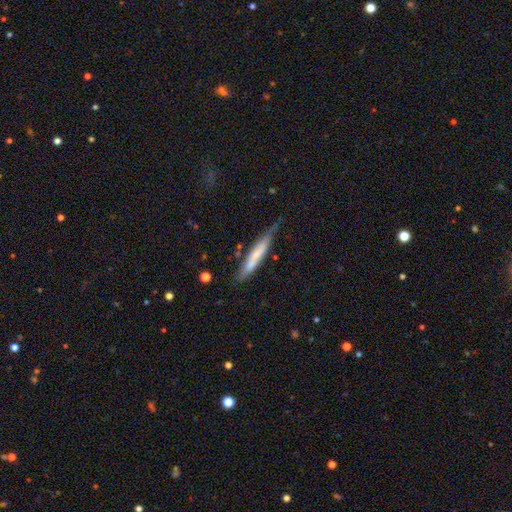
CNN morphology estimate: A smooth galaxy with no disk features (57%) that is cigar-shaped (92%). Merging: none (61%).